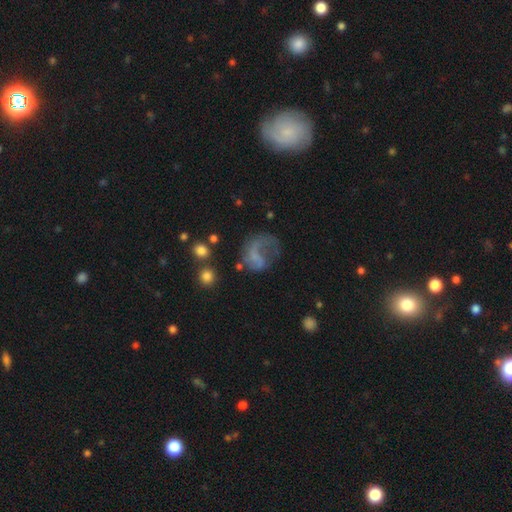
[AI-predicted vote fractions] A featured or disk galaxy (53%) with no bar (72%), spiral arms (60%) and no central bulge (69%). Merging: major disturbance (50%).